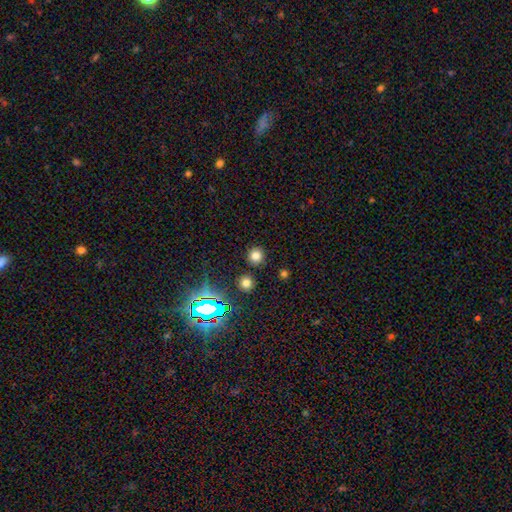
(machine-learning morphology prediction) The model was most divided on "smooth or featured": smooth: 75%, star or artifact: 19%, featured or disk: 6%. More confident: how rounded — round (92%); merging — none (87%).